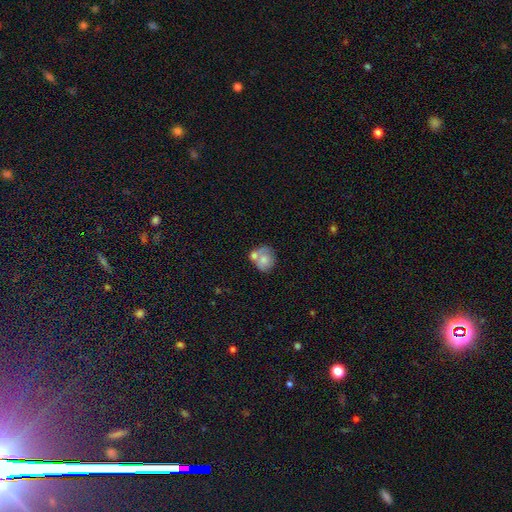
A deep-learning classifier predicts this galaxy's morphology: A smooth galaxy with no disk features (63%) that is round (72%). Merging: none (40%).